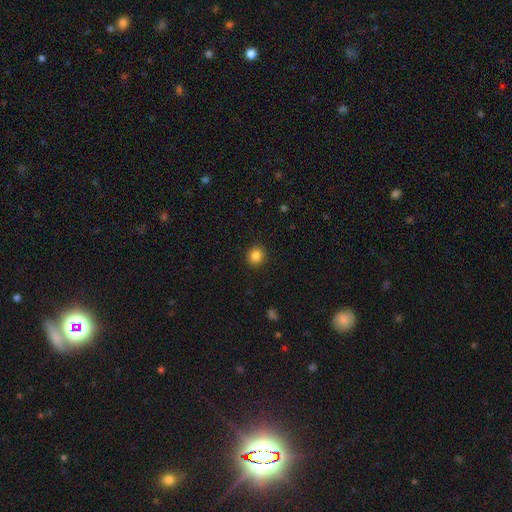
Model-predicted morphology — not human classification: This appears to be a smooth galaxy with no disk features (85%) that is round (85%). Merging: none (92%).